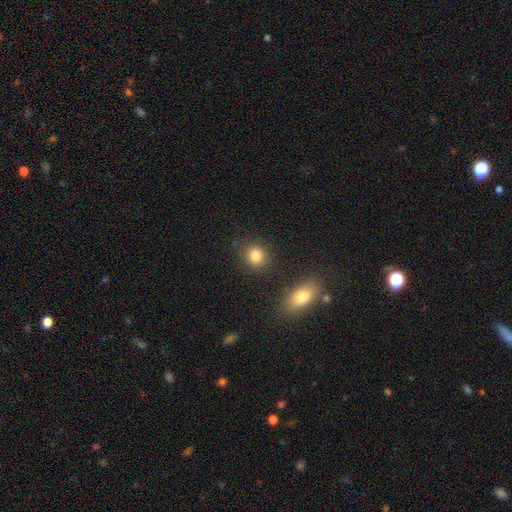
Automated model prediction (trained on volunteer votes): Smooth or featured: smooth — 84% (star or artifact — 11%)
How rounded: round — 76% (in between — 23%)
Merging: none — 84% (minor disturbance — 9%)